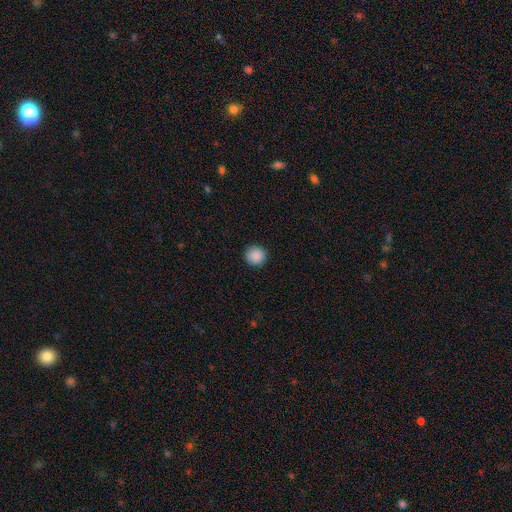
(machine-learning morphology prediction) smooth 89%, star or artifact 8%, featured or disk 3%. Down the decision tree: how rounded — round (93%); merging — none (91%).